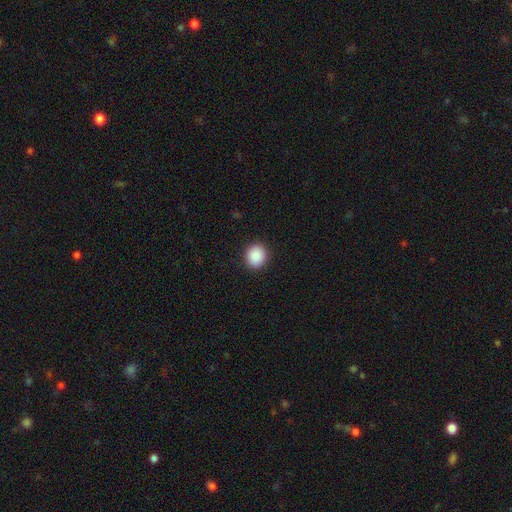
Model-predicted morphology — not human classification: smooth-or-featured: smooth: 90% | star or artifact: 8% | featured or disk: 3%
  how-rounded: round: 80% | in between: 19% | cigar-shaped: 1%
  merging: none: 91% | minor disturbance: 6% | major disturbance: 2% | merger: 1%